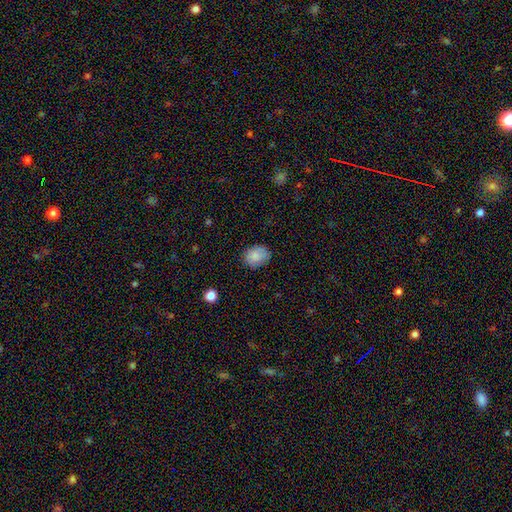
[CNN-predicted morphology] type=smooth (86%); roundness=in between (55%); merging=none (81%).